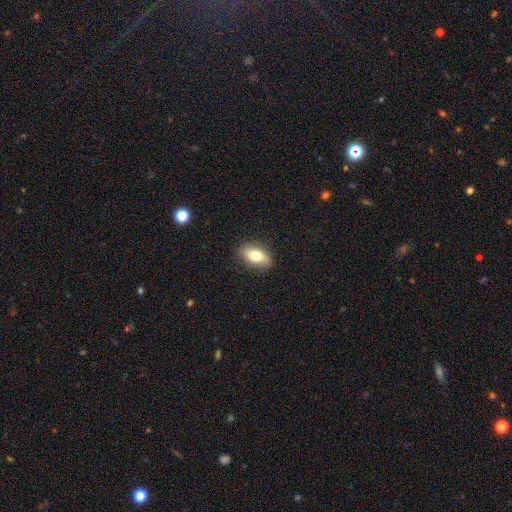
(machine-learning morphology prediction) smooth-or-featured: smooth: 75% | featured or disk: 17% | star or artifact: 8%
  how-rounded: in between: 88% | round: 7% | cigar-shaped: 5%
  merging: none: 84% | minor disturbance: 12% | major disturbance: 3% | merger: 1%